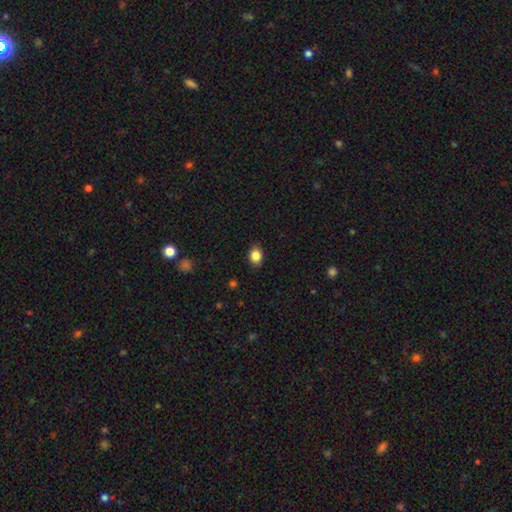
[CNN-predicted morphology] Overall: smooth (86%). How rounded: in between (57%; round 42%). Merging: none (87%).